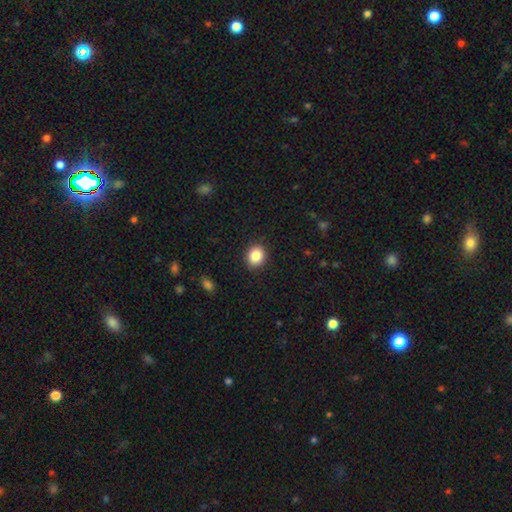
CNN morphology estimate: This is clearly a smooth galaxy (87%). How rounded: likely round (62%). Merging: clearly none (89%).